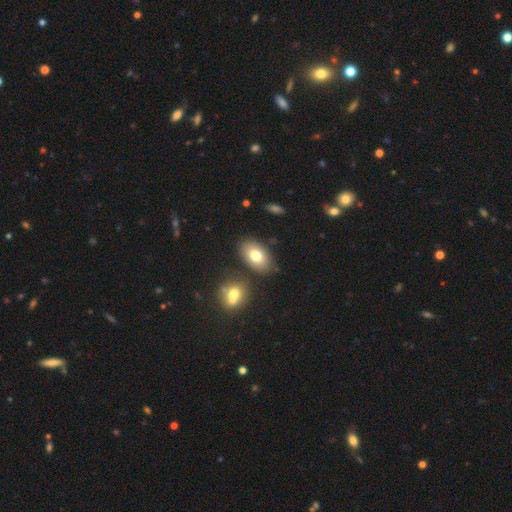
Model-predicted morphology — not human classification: Smooth or featured?
  - smooth: 75% *
  - featured or disk: 17%
  - star or artifact: 8%
How rounded?
  - in between: 91% *
  - round: 8%
  - cigar-shaped: 2%
Merging?
  - none: 78% *
  - minor disturbance: 12%
  - merger: 7%
  - major disturbance: 3%